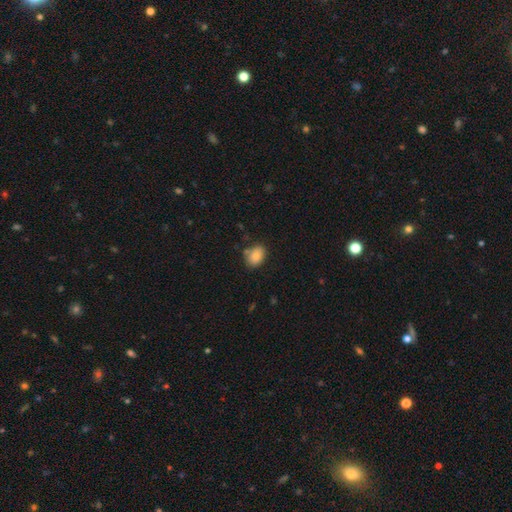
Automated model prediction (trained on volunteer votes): The model was most divided on "how rounded": in between: 72%, round: 27%, cigar-shaped: 1%. More confident: smooth or featured — smooth (84%); merging — none (73%).